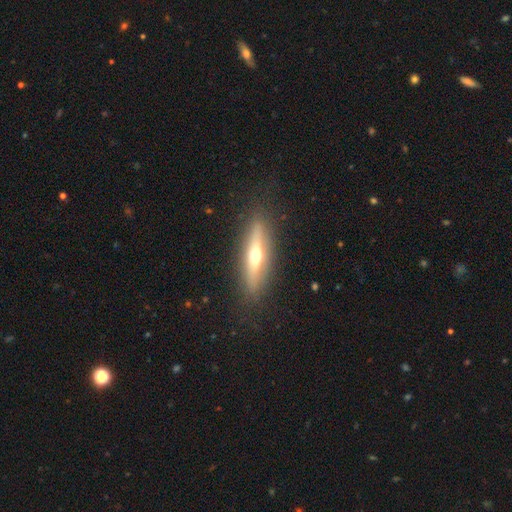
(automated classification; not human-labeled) Morphology: type=featured or disk (51%); edge-on=yes (84%); merging=none (87%).